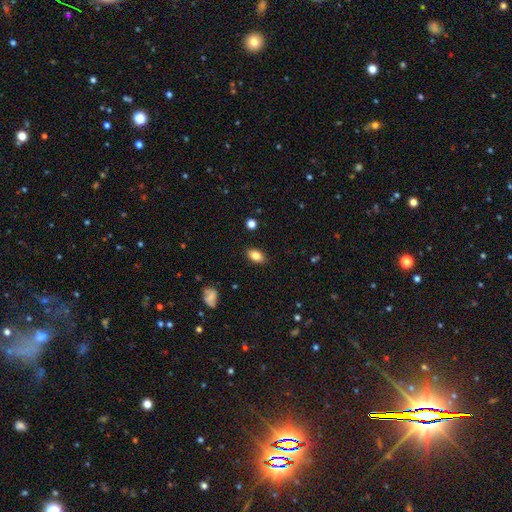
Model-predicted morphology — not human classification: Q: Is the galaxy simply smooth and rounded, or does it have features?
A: smooth — 83%.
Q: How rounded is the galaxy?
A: in between — 88%.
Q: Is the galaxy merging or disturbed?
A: none — 87%.